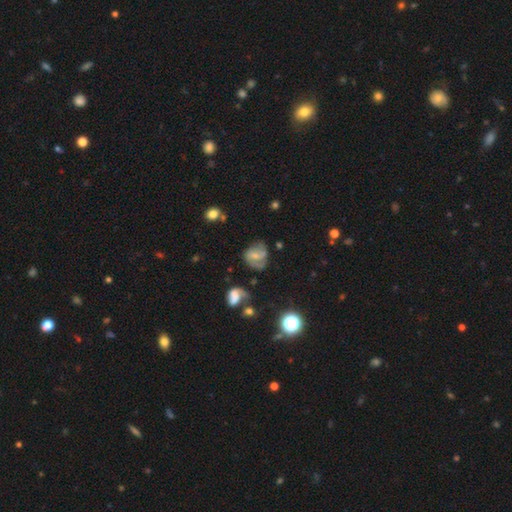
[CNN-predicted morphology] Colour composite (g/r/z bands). It shows a featured or disk galaxy (56%) with a weak bar (44%), spiral arms (79%) and a small central bulge (56%). Merging: none (51%).